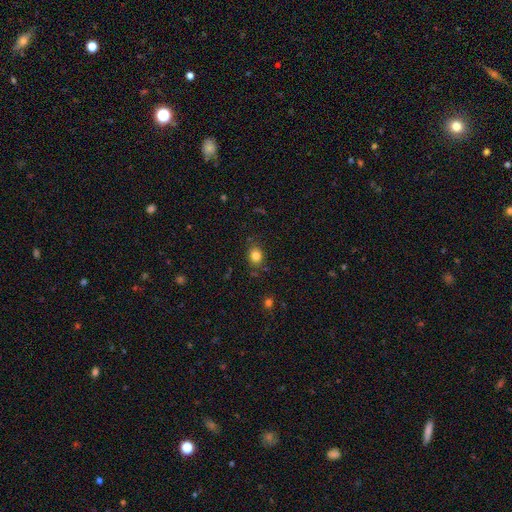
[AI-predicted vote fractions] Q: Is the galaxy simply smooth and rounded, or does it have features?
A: smooth — 82%.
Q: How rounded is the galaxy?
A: round — 57%.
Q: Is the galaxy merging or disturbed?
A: none — 81%.